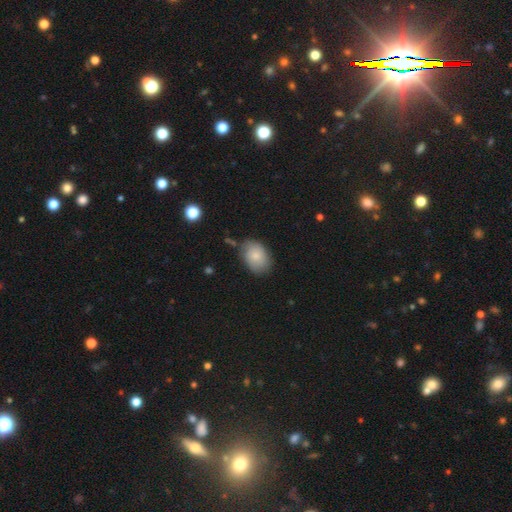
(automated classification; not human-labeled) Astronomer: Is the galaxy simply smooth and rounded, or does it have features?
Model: smooth — 81%.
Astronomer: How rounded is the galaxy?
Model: in between — 81%.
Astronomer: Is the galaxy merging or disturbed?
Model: none — 71%.